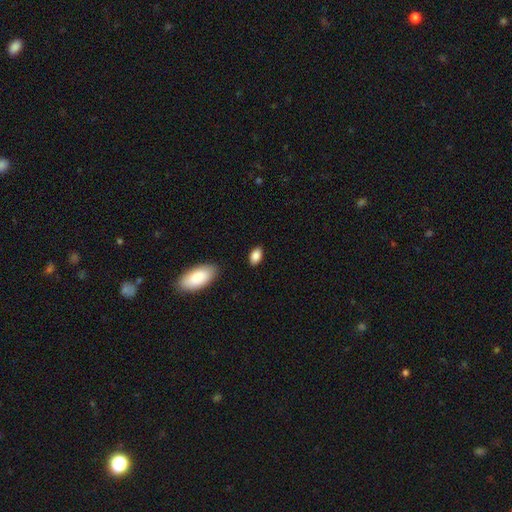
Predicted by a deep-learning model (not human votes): Smooth or featured: smooth — 87% (star or artifact — 8%)
How rounded: in between — 91% (round — 6%)
Merging: none — 85% (minor disturbance — 11%)